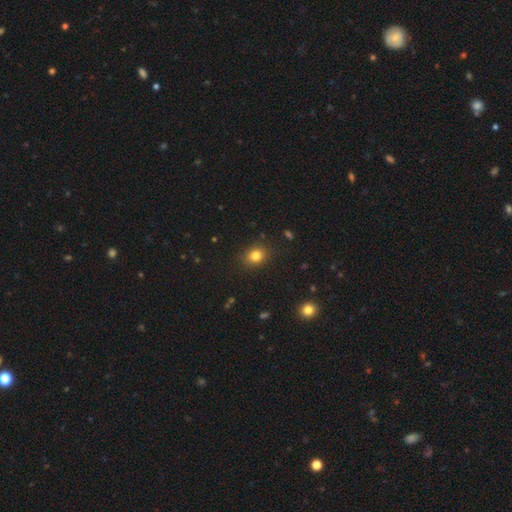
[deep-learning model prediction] This is clearly a smooth galaxy (81%). How rounded: possibly round (58%). Merging: clearly none (86%).